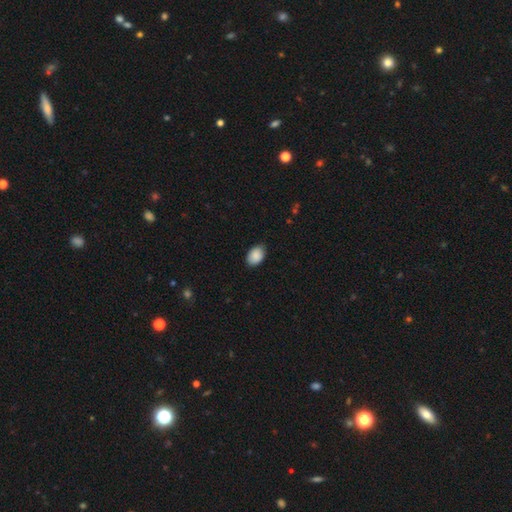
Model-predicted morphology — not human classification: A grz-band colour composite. It shows a smooth galaxy with no disk features (89%) that is in between round and cigar-shaped (84%). Merging: none (82%).